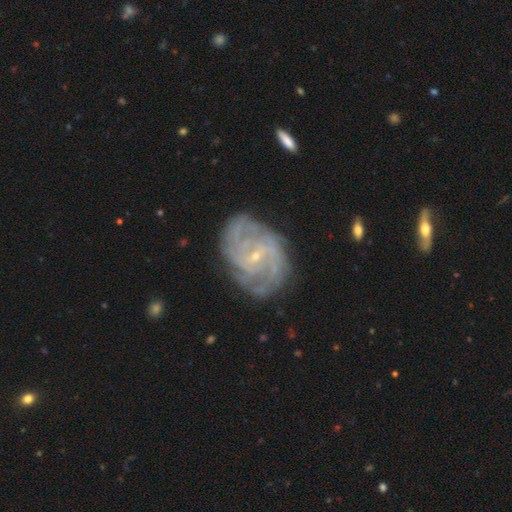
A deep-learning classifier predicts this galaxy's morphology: This is clearly a featured or disk galaxy (86%). It is clearly not viewed edge-on (97%). Bar: possibly weak (46%). Spiral arm pattern: clearly yes (95%). Spiral arm count: marginally can't tell (30%). Spiral winding: possibly tight (55%). Central bulge: clearly small (84%). Merging: likely none (74%).